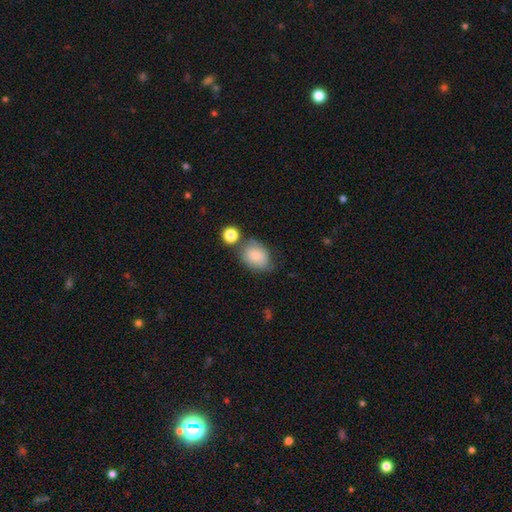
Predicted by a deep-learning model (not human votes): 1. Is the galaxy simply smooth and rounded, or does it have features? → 78% smooth, 14% featured or disk, 9% star or artifact.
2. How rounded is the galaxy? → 66% in between, 33% round, 1% cigar-shaped.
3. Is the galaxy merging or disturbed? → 52% none, 25% minor disturbance, 14% merger, 8% major disturbance.